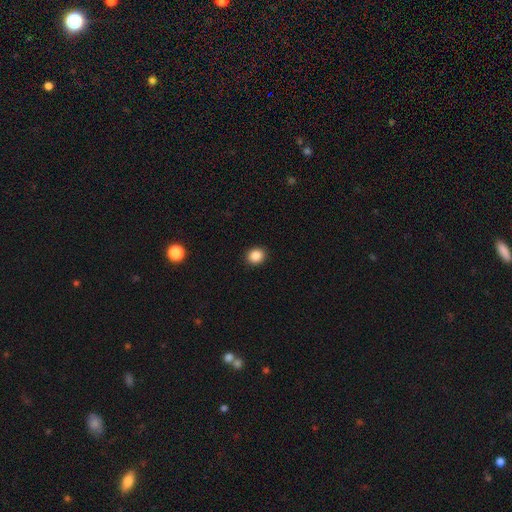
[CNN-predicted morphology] A smooth galaxy with no disk features (88%) that is round (73%). Merging: none (92%).